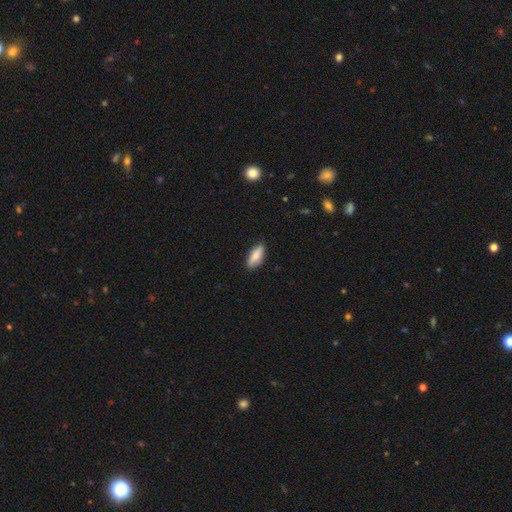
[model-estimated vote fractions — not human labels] smooth_or_featured: smooth (p=0.80) [alt: featured or disk p=0.14]
how_rounded: in between (p=0.73) [alt: cigar-shaped p=0.24]
merging: none (p=0.85) [alt: minor disturbance p=0.11]